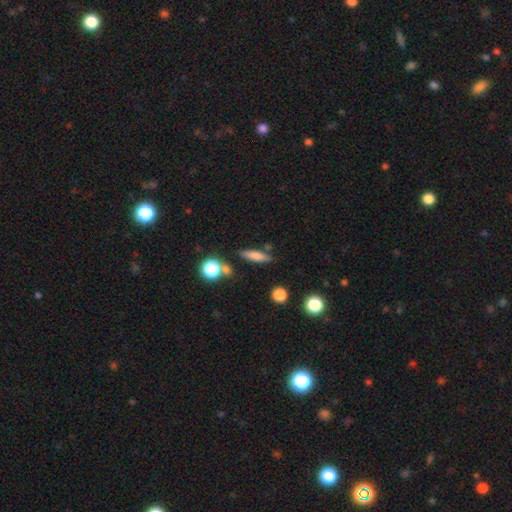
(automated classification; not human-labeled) Smooth or featured? smooth (74%)
How rounded? cigar-shaped (68%)
Merging? none (75%)